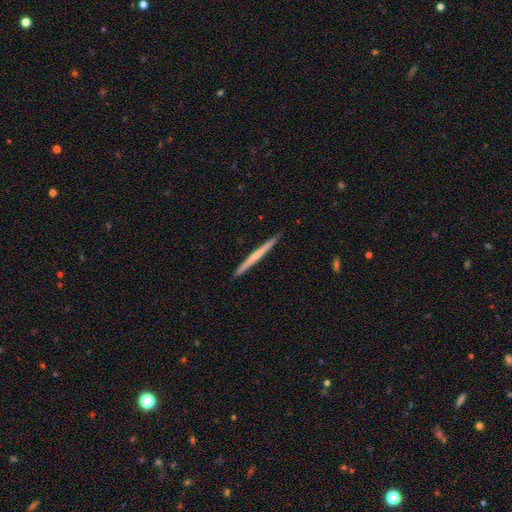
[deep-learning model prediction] This appears to be a featured or disk galaxy (52%) viewed edge-on (98%) with no central bulge (74%). Merging: none (91%).